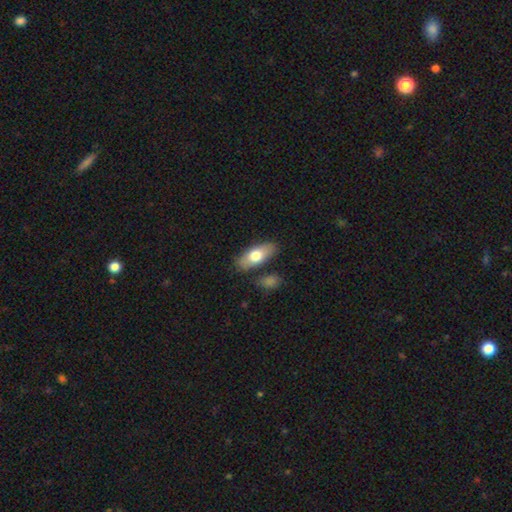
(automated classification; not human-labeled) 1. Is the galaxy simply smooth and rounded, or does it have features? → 70% smooth, 25% featured or disk, 6% star or artifact.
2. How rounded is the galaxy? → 81% in between, 15% cigar-shaped, 4% round.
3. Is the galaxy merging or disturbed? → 79% none, 12% minor disturbance, 6% merger, 3% major disturbance.